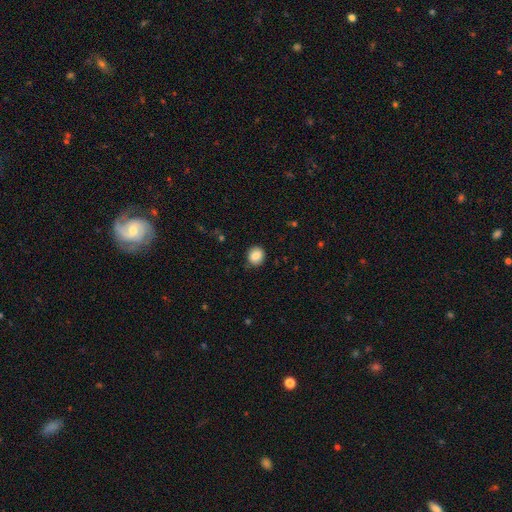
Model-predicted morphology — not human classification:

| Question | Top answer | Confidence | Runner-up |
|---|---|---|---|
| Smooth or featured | smooth | 86% | star or artifact (8%) |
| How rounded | round | 81% | in between (18%) |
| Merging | none | 86% | minor disturbance (10%) |